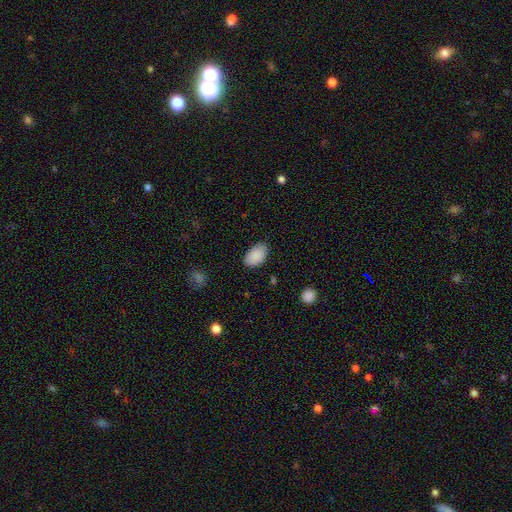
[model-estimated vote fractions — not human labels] smooth_or_featured: smooth (p=0.89) [alt: star or artifact p=0.07]
how_rounded: in between (p=0.93) [alt: round p=0.06]
merging: none (p=0.74) [alt: minor disturbance p=0.21]